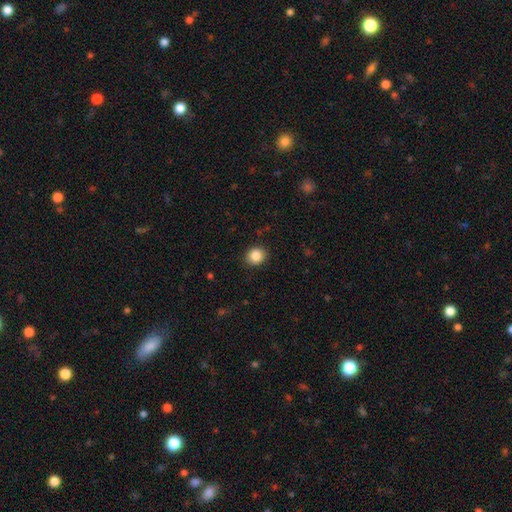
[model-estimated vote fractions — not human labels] The model was most divided on "how rounded": round: 79%, in between: 20%, cigar-shaped: 1%. More confident: merging — none (89%); smooth or featured — smooth (87%).